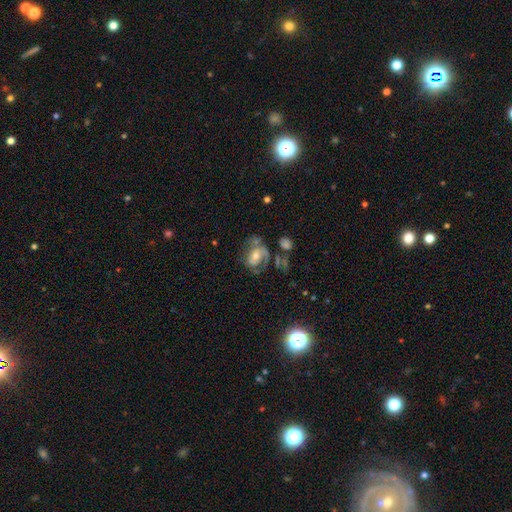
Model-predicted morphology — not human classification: This appears to be a featured or disk galaxy (66%) with no bar (63%), spiral arms (77%) and a moderate central bulge (59%). Merging: none (40%).